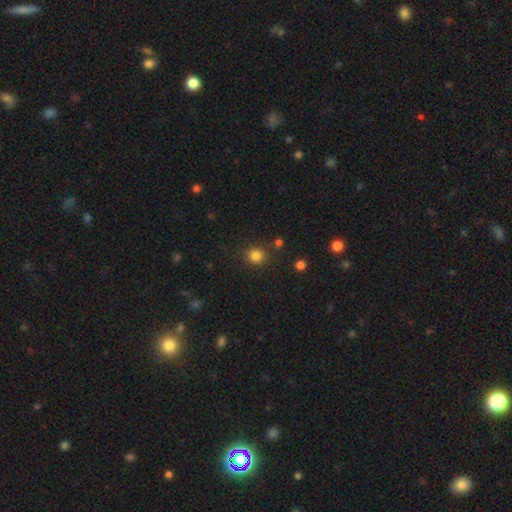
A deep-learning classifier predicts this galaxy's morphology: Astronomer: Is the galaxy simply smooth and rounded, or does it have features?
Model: smooth — 82%.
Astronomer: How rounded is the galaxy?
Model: round — 89%.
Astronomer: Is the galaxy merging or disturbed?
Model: none — 83%.